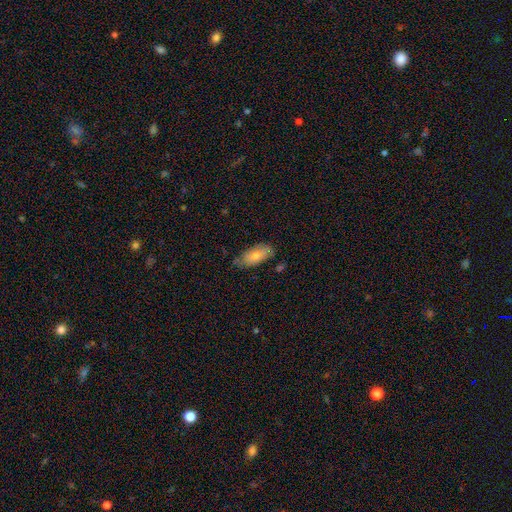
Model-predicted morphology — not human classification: Smooth or featured: smooth — 76% (featured or disk — 18%)
How rounded: in between — 86% (cigar-shaped — 12%)
Merging: none — 65% (minor disturbance — 26%)